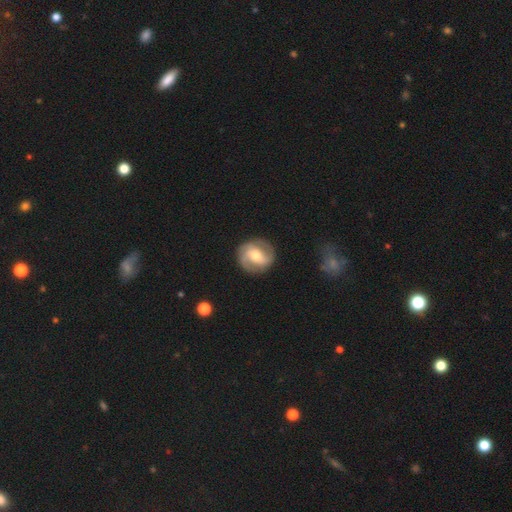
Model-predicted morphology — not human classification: Smooth or featured? Predicted: featured or disk (p=0.77). Edge-on disk? Predicted: no (p=0.98). Bar? Predicted: weak (p=0.43). Spiral arms? Predicted: yes (p=0.93). Spiral winding? Predicted: medium (p=0.46). Spiral arm count? Predicted: 2 (p=0.62). Bulge size? Predicted: moderate (p=0.67). Merging? Predicted: none (p=0.83).